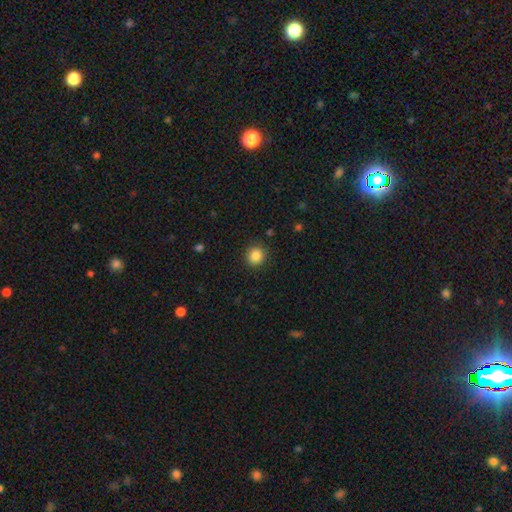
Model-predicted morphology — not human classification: Smooth or featured?
  - smooth: 86% *
  - star or artifact: 10%
  - featured or disk: 4%
How rounded?
  - round: 90% *
  - in between: 9%
  - cigar-shaped: 1%
Merging?
  - none: 90% *
  - minor disturbance: 6%
  - major disturbance: 2%
  - merger: 1%